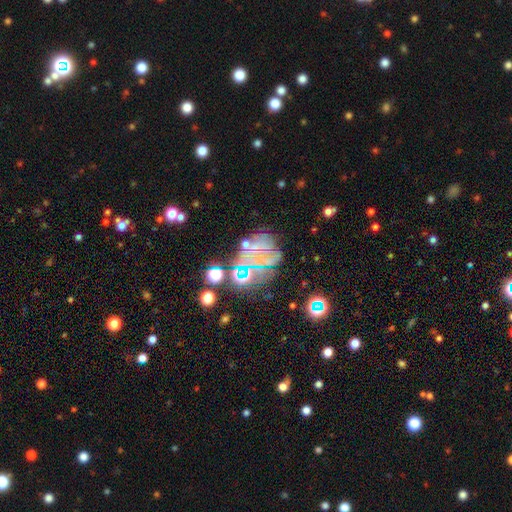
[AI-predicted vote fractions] A star or artifact, not a galaxy (43%).